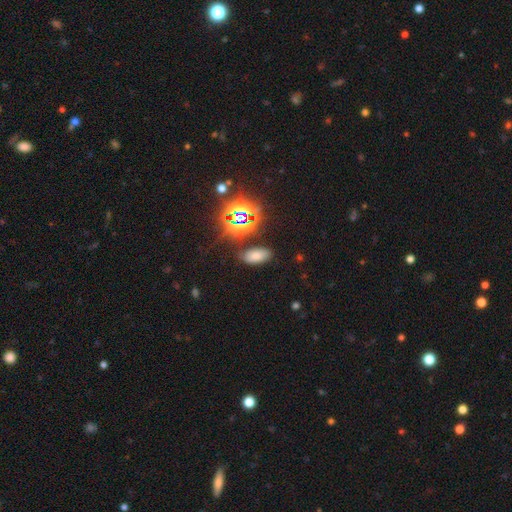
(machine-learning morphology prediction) A smooth galaxy with no disk features (61%) that is in between round and cigar-shaped (91%).

Vote fractions:
- Smooth or featured? smooth: 61% / star or artifact: 30% / featured or disk: 10%
- How rounded? in between: 91% / round: 5% / cigar-shaped: 4%
- Merging? none: 81% / minor disturbance: 12% / major disturbance: 4% / merger: 3%